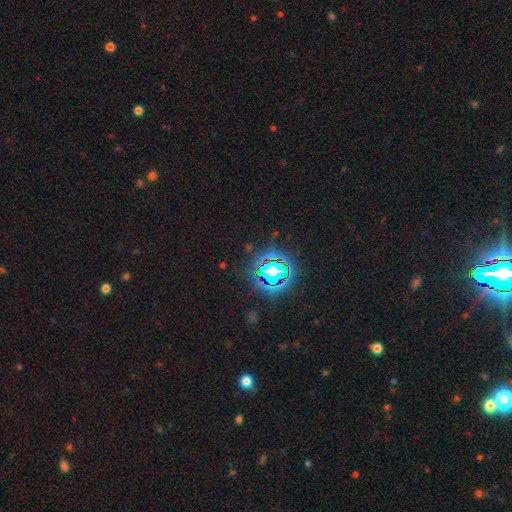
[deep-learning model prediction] Overall: star or artifact (83%).